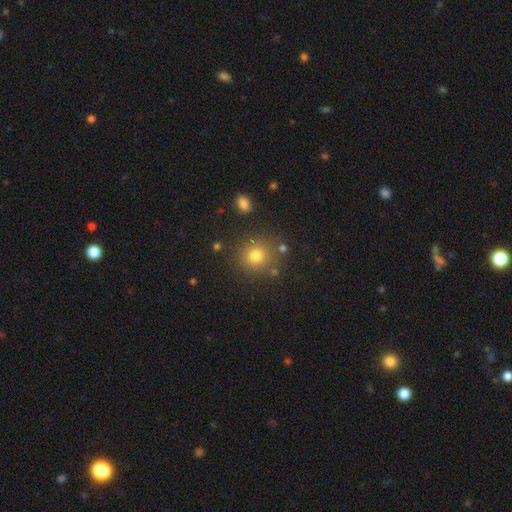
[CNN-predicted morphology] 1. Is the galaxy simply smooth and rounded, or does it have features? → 76% smooth, 16% star or artifact, 8% featured or disk.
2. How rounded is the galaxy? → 91% round, 8% in between, 1% cigar-shaped.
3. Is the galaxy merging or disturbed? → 83% none, 8% minor disturbance, 5% merger, 3% major disturbance.